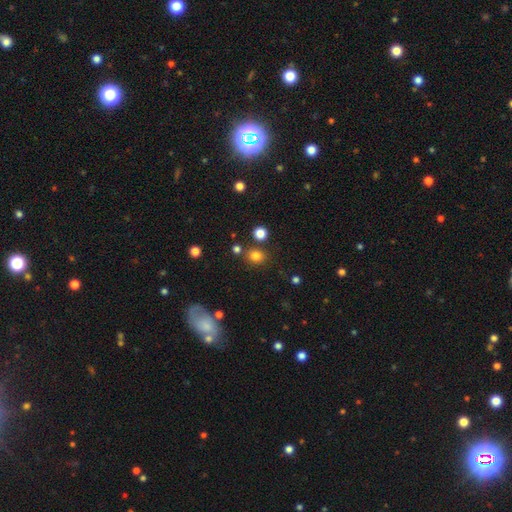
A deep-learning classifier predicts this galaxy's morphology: Smooth or featured?
  - smooth: 79% *
  - star or artifact: 15%
  - featured or disk: 6%
How rounded?
  - round: 76% *
  - in between: 23%
  - cigar-shaped: 1%
Merging?
  - none: 78% *
  - minor disturbance: 9%
  - merger: 9%
  - major disturbance: 4%